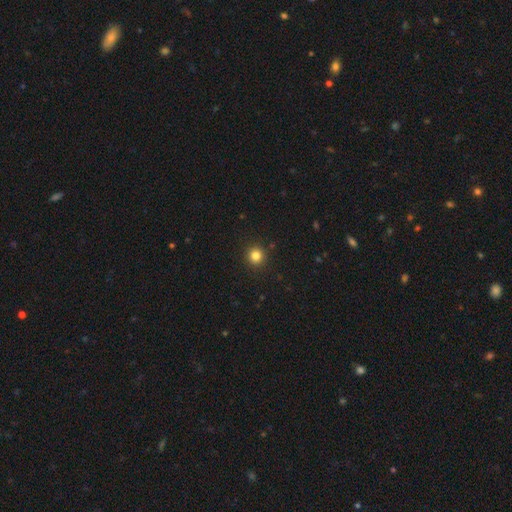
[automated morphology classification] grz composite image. It shows a smooth galaxy with no disk features (82%) that is round (94%). Merging: none (92%).